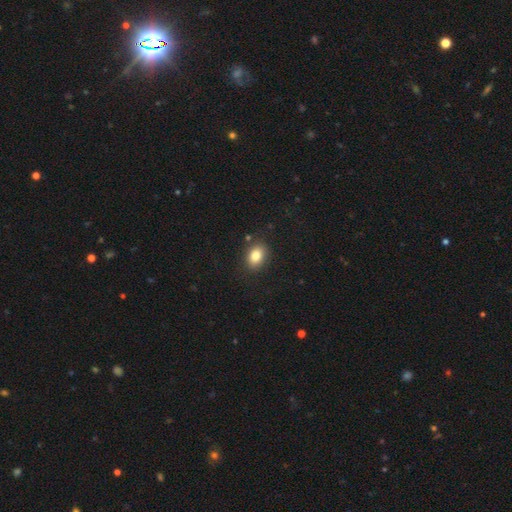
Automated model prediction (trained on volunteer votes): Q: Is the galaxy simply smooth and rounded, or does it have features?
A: smooth — 83%.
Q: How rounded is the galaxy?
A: in between — 73%.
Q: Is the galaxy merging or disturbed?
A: none — 85%.